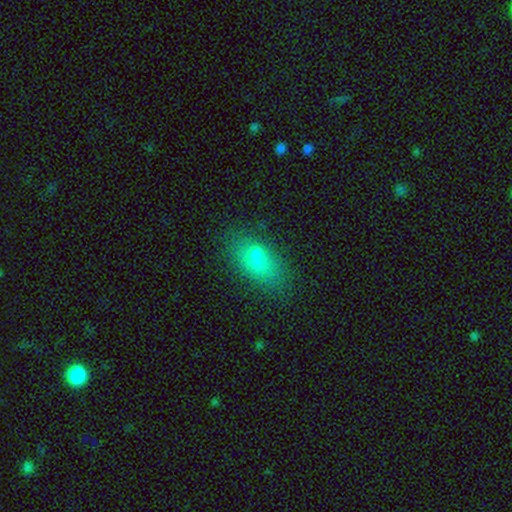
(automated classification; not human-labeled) The model was most divided on "merging": none: 64%, minor disturbance: 21%, major disturbance: 9%, merger: 6%. More confident: how rounded — in between (82%); smooth or featured — smooth (72%).